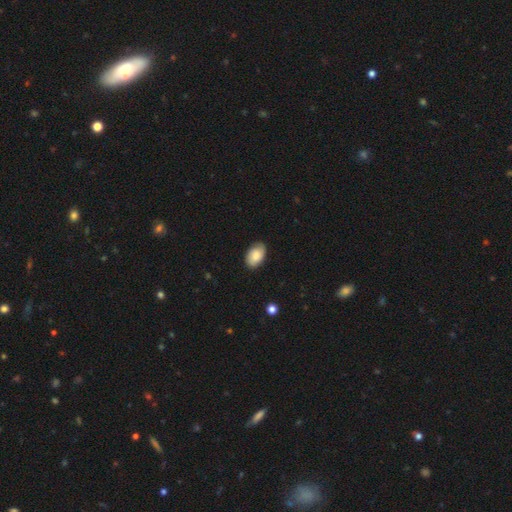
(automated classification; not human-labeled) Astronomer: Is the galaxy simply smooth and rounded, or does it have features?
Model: smooth — 79%.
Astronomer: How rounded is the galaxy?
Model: in between — 91%.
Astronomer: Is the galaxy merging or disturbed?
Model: none — 83%.